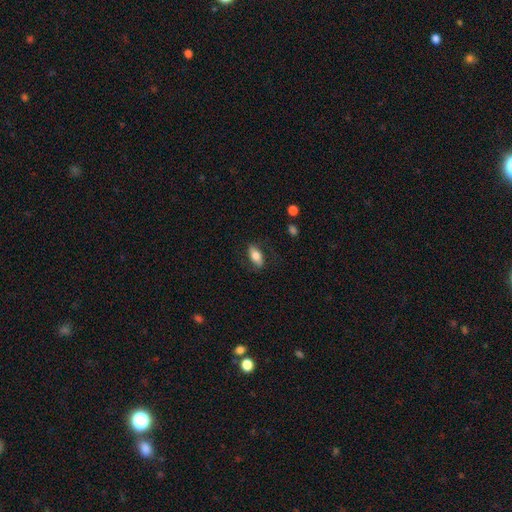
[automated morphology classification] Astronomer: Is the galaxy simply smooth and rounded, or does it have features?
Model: smooth — 71%.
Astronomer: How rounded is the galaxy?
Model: in between — 84%.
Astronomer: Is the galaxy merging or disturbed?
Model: none — 76%.